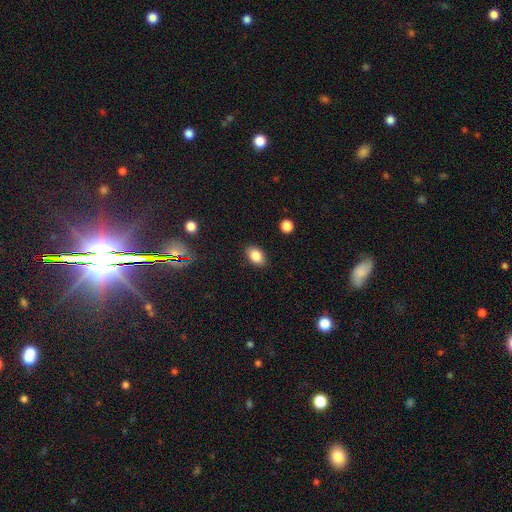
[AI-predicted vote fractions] Smooth or featured? smooth (85%)
How rounded? in between (85%)
Merging? none (86%)